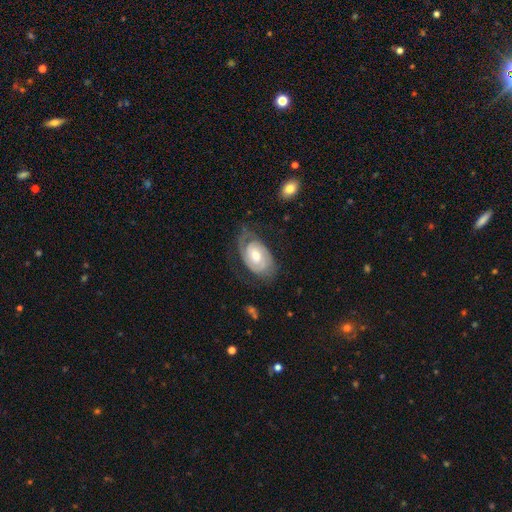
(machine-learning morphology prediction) The model was most divided on "bar": no: 54%, weak: 38%, strong: 8%. More confident: edge-on disk — no (97%); spiral arms — yes (94%); smooth or featured — featured or disk (81%); spiral arm count — 2 (67%); merging — none (63%); spiral winding — tight (61%); bulge size — moderate (60%).